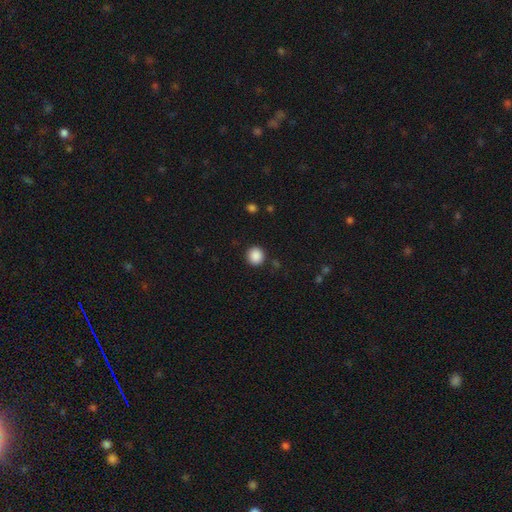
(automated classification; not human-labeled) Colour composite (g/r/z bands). It shows a smooth galaxy with no disk features (88%) that is round (91%). Merging: none (90%).